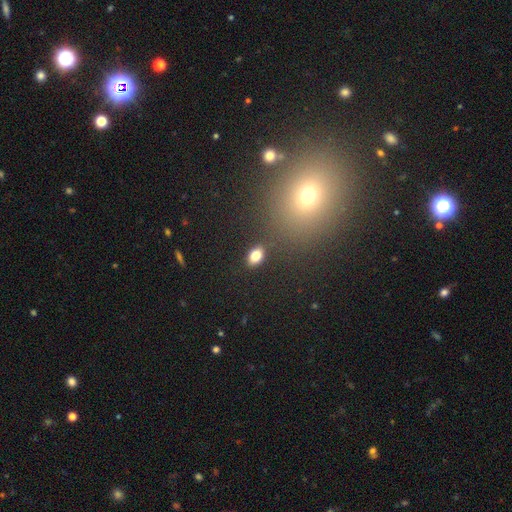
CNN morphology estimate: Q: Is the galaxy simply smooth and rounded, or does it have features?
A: smooth — 82%.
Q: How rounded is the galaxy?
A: in between — 86%.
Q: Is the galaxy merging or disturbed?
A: none — 87%.